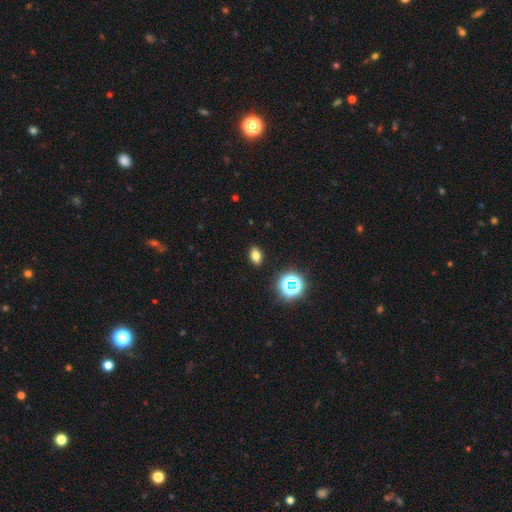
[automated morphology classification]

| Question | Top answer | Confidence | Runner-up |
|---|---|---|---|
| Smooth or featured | smooth | 72% | star or artifact (18%) |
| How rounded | in between | 82% | round (16%) |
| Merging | none | 90% | minor disturbance (7%) |